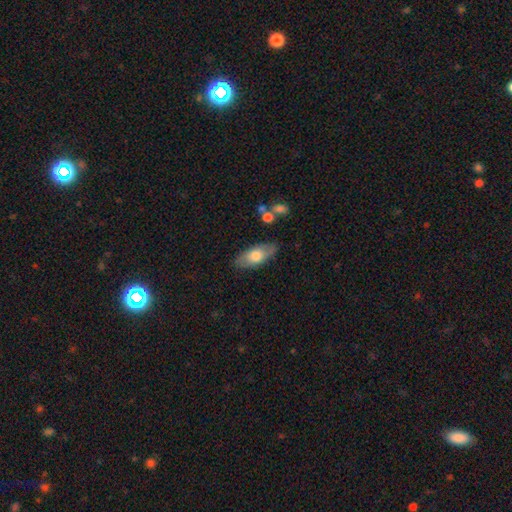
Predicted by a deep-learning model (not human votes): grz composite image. It shows a smooth galaxy with no disk features (69%) that is in between round and cigar-shaped (83%). Merging: none (80%).